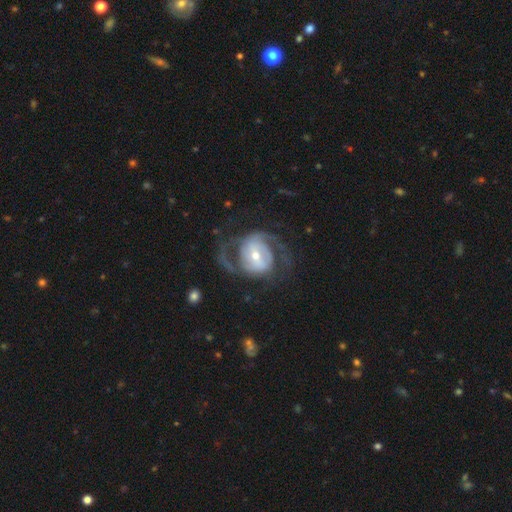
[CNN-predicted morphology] Smooth or featured: featured or disk — 85% (smooth — 10%)
Edge-on disk: no — 97% (yes — 3%)
Bar: weak — 39% (strong — 35%)
Spiral arms: yes — 92% (no — 8%)
Spiral winding: medium — 52% (loose — 28%)
Spiral arm count: 2 — 82% (can't tell — 6%)
Bulge size: moderate — 50% (small — 44%)
Merging: none — 63% (major disturbance — 20%)